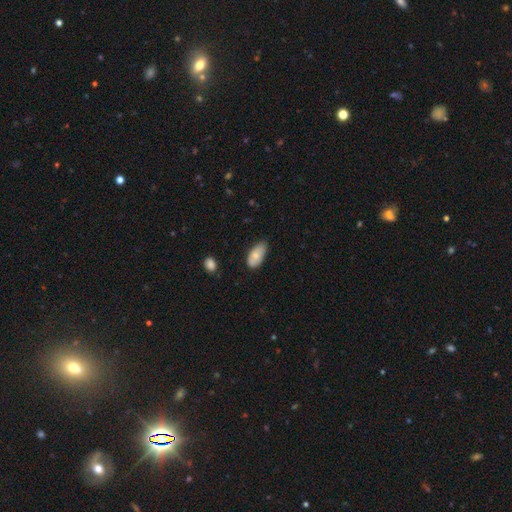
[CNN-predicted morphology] The model was most divided on "merging": none: 69%, minor disturbance: 26%, major disturbance: 4%, merger: 1%. More confident: how rounded — in between (93%); smooth or featured — smooth (72%).